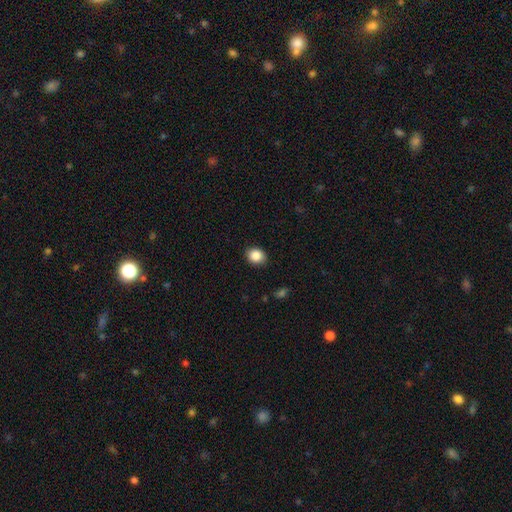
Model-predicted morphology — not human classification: A smooth galaxy with no disk features (87%) that is round (59%).

Vote fractions:
- Smooth or featured? smooth: 87% / star or artifact: 9% / featured or disk: 4%
- How rounded? round: 59% / in between: 41% / cigar-shaped: 1%
- Merging? none: 88% / minor disturbance: 9% / major disturbance: 2% / merger: 1%